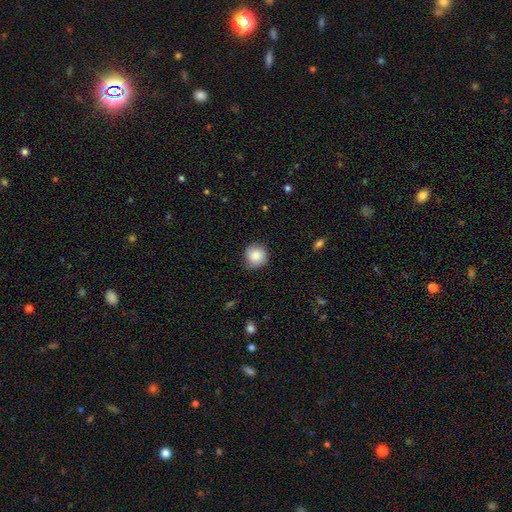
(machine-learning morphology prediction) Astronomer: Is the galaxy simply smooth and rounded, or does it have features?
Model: smooth — 84%.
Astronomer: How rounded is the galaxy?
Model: round — 91%.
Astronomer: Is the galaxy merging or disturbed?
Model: none — 76%.